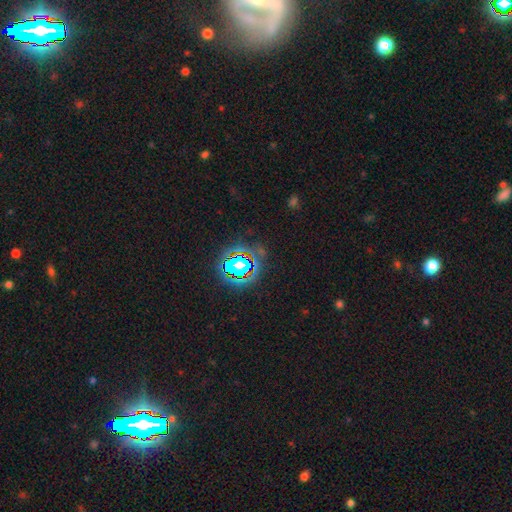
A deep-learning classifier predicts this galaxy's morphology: This appears to be a star or artifact, not a galaxy (79%).